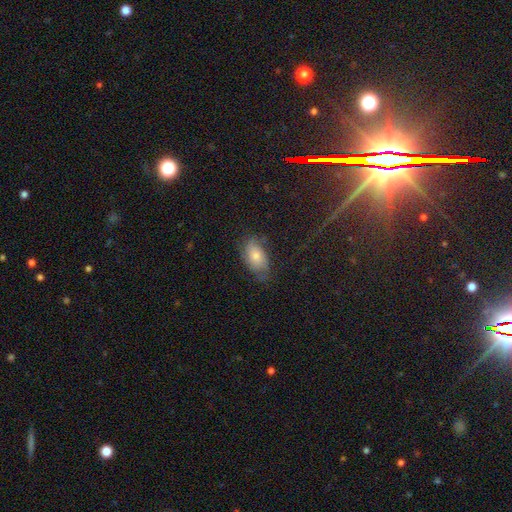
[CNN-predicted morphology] Overall: smooth (55%; featured or disk 32%). How rounded: in between (90%). Merging: none (63%; minor disturbance 25%).